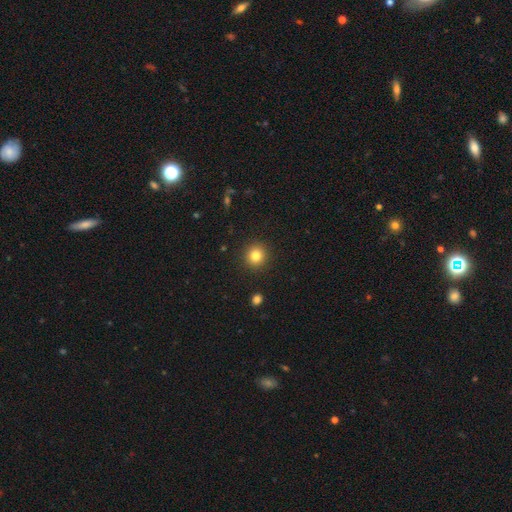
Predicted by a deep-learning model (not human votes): Morphology: type=smooth (82%); roundness=round (93%); merging=none (92%).